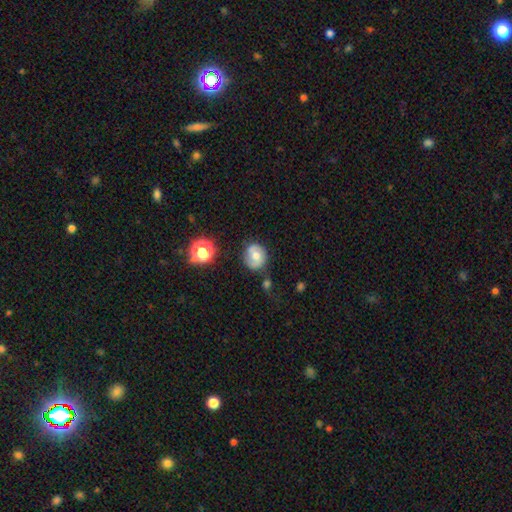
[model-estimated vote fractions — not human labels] This is possibly a smooth galaxy (47%). Merging: likely none (68%).